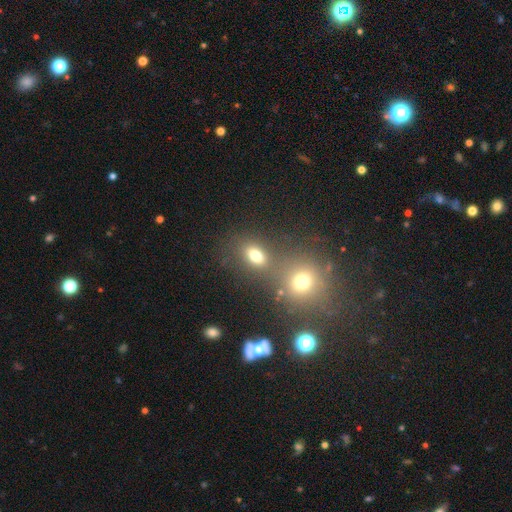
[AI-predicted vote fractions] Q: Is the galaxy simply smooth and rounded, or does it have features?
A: smooth — 74%.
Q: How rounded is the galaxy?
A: in between — 63%.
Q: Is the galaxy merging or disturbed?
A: none — 54%.